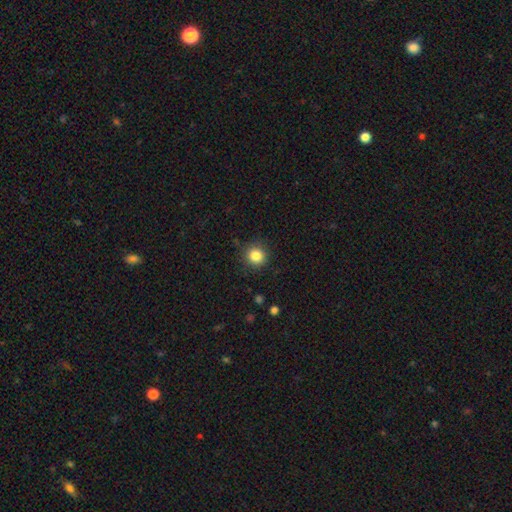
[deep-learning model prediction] Smooth or featured?
  - smooth: 84% *
  - star or artifact: 11%
  - featured or disk: 5%
How rounded?
  - round: 93% *
  - in between: 6%
  - cigar-shaped: 1%
Merging?
  - none: 88% *
  - minor disturbance: 8%
  - major disturbance: 3%
  - merger: 1%